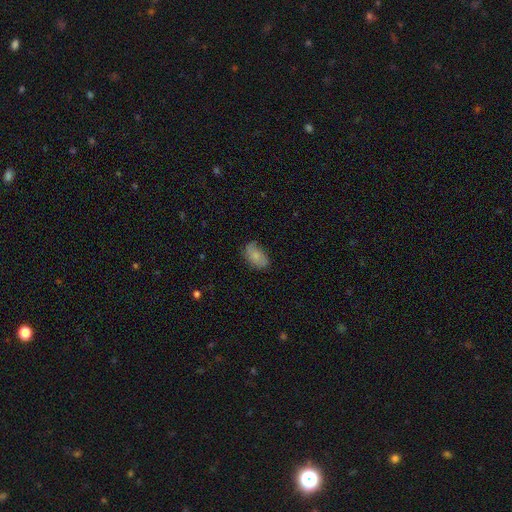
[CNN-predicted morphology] This is likely a smooth galaxy (75%). How rounded: clearly in between (92%). Merging: likely none (63%).